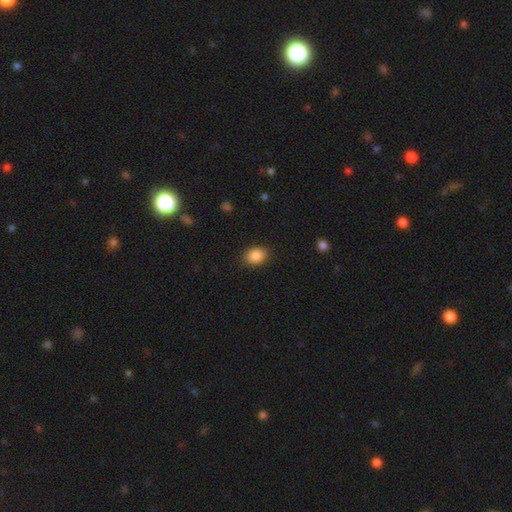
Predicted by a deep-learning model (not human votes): The model was most divided on "how rounded": in between: 67%, round: 32%, cigar-shaped: 1%. More confident: smooth or featured — smooth (88%); merging — none (87%).